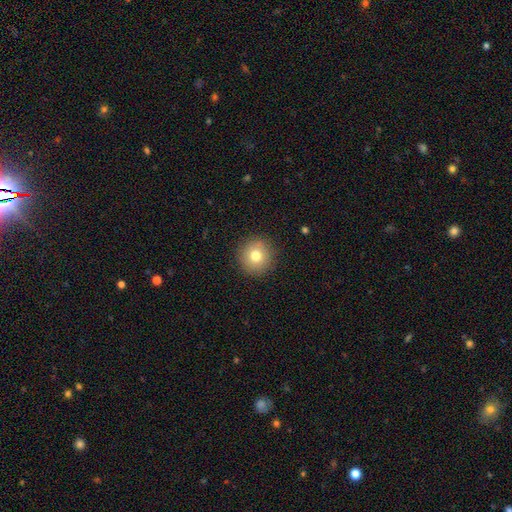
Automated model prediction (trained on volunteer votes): smooth_or_featured: smooth (p=0.78) [alt: featured or disk p=0.11]
how_rounded: round (p=0.93) [alt: in between p=0.06]
merging: none (p=0.91) [alt: minor disturbance p=0.06]